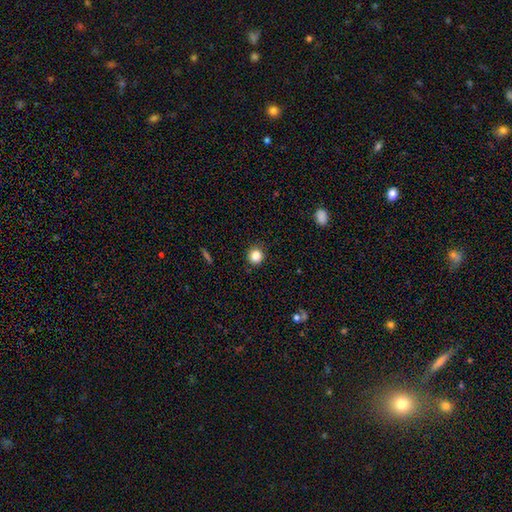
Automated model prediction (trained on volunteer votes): smooth 84%, star or artifact 11%, featured or disk 5%. Down the decision tree: how rounded — round (91%); merging — none (90%).